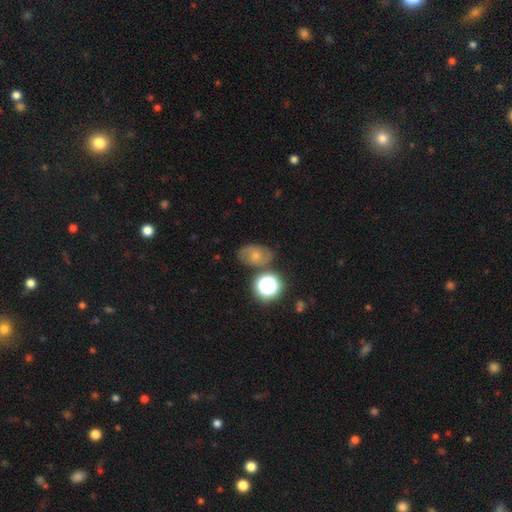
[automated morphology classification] Smooth or featured?
  - smooth: 49% *
  - featured or disk: 32%
  - star or artifact: 19%
Merging?
  - none: 65% *
  - minor disturbance: 21%
  - major disturbance: 7%
  - merger: 7%